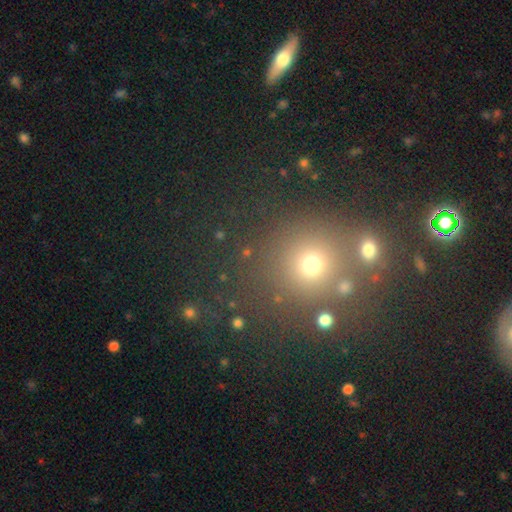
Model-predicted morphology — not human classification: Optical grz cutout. It shows a smooth galaxy with no disk features (52%) that is round (89%). Merging: none (76%).